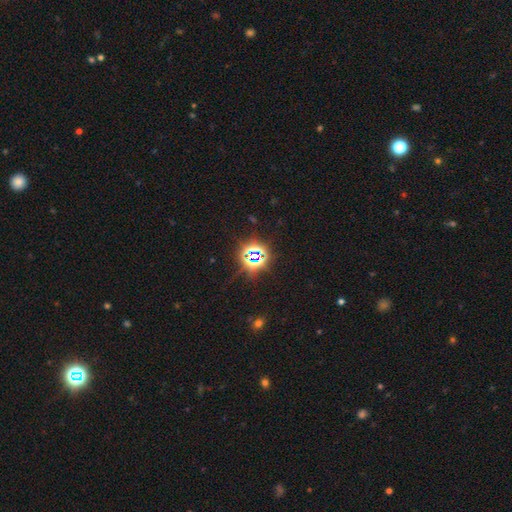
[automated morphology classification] A star or artifact, not a galaxy (78%).